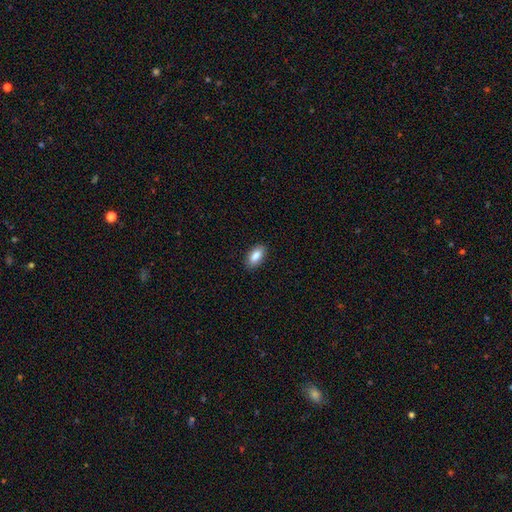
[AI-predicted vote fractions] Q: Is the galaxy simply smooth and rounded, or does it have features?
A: smooth — 87%.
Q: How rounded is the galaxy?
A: in between — 92%.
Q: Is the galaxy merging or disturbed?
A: none — 87%.